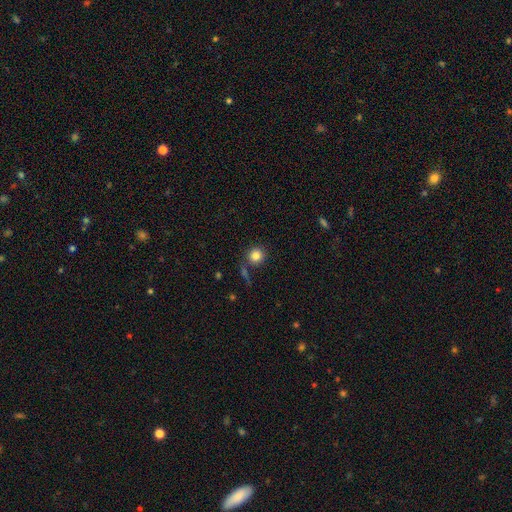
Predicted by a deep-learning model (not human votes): The model was most divided on "merging": none: 77%, minor disturbance: 10%, merger: 8%, major disturbance: 4%. More confident: how rounded — round (91%); smooth or featured — smooth (83%).